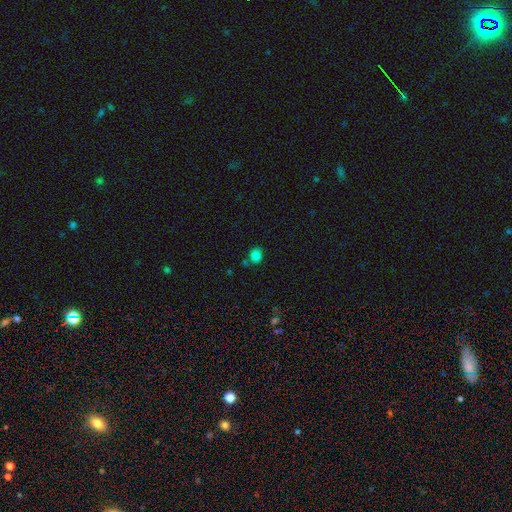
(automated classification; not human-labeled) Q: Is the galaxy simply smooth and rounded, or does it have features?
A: smooth — 80%.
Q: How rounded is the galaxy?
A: round — 61%.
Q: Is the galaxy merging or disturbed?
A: none — 74%.